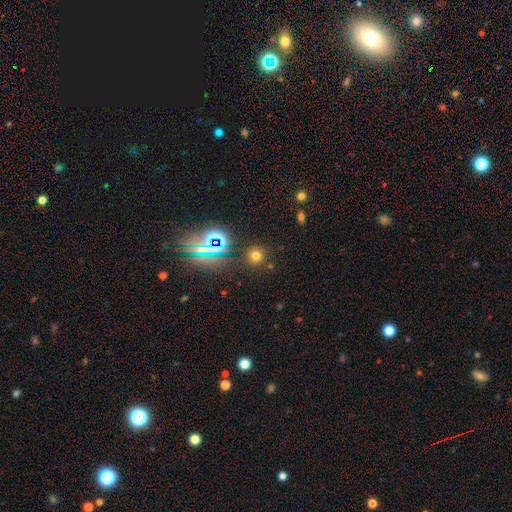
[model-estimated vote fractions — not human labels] Morphology: type=smooth (63%); roundness=round (92%); merging=none (87%).